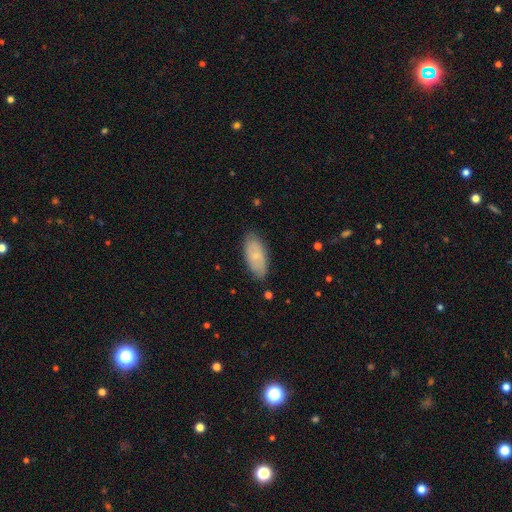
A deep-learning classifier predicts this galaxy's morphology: smooth 59%, featured or disk 34%, star or artifact 7%. Down the decision tree: how rounded — in between (90%); merging — none (80%).